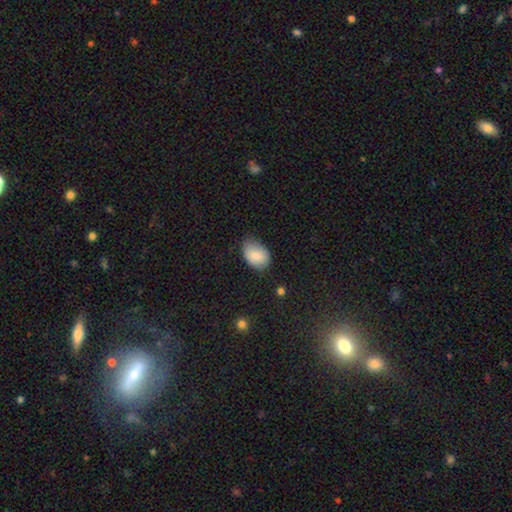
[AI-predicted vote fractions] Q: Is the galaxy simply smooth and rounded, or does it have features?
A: smooth — 86%.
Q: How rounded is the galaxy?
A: in between — 85%.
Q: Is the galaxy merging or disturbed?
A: none — 59%.